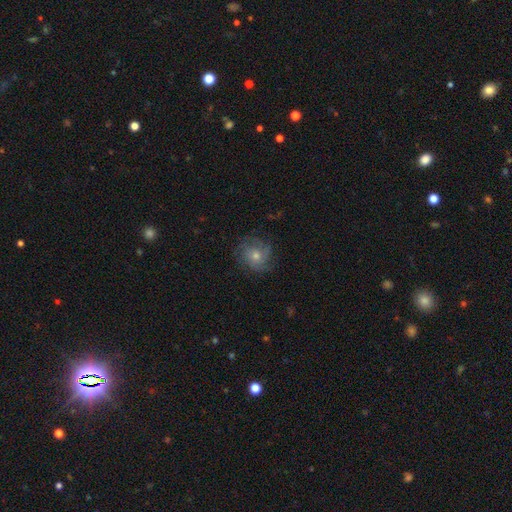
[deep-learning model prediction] Smooth or featured? Predicted: featured or disk (p=0.62). Edge-on disk? Predicted: no (p=0.97). Bar? Predicted: no (p=0.79). Spiral arms? Predicted: yes (p=0.90). Spiral winding? Predicted: tight (p=0.52). Spiral arm count? Predicted: can't tell (p=0.33). Bulge size? Predicted: moderate (p=0.59). Merging? Predicted: none (p=0.78).